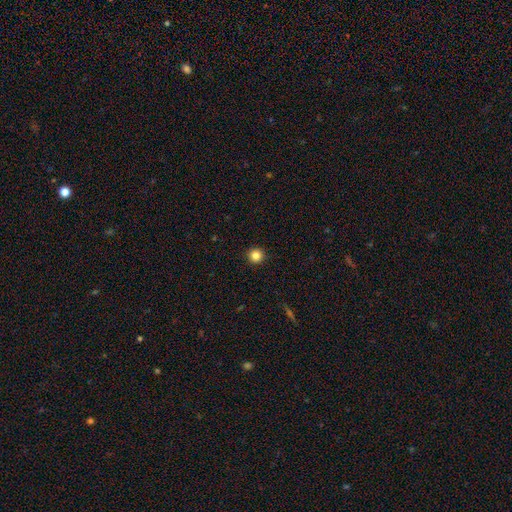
Morphology: type=smooth (84%); roundness=round (94%); merging=none (91%).